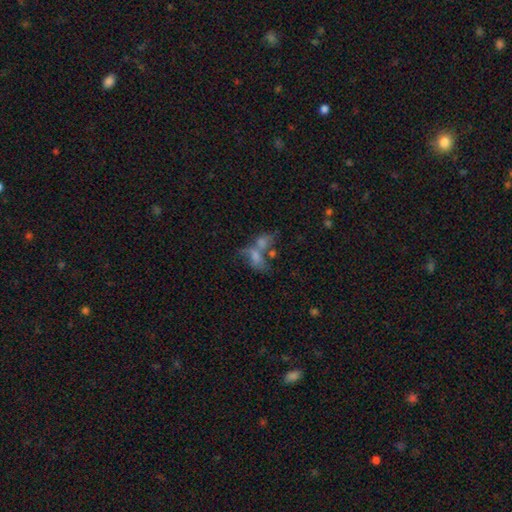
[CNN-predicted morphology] smooth_or_featured: smooth (p=0.45) [alt: featured or disk p=0.35]
merging: merger (p=0.50) [alt: none p=0.22]